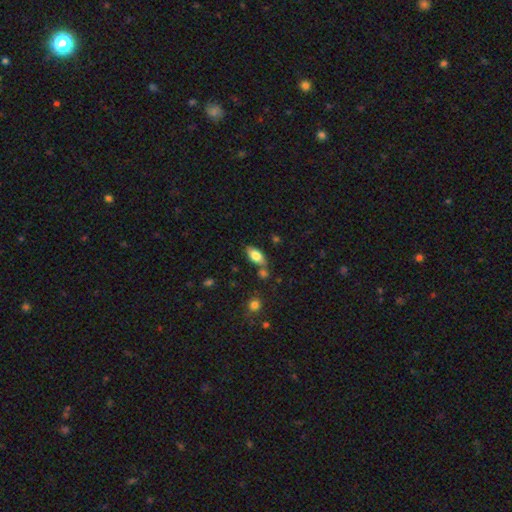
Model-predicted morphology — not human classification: smooth-or-featured: smooth: 77% | featured or disk: 16% | star or artifact: 7%
  how-rounded: in between: 87% | cigar-shaped: 10% | round: 3%
  merging: none: 71% | minor disturbance: 15% | merger: 11% | major disturbance: 3%